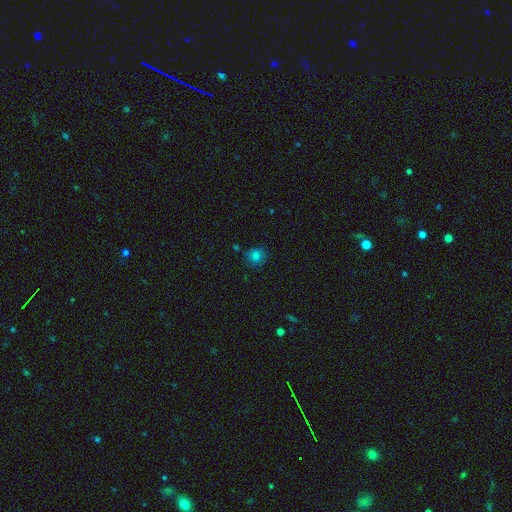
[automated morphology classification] This is likely a smooth galaxy (78%). How rounded: clearly round (85%). Merging: clearly none (82%).